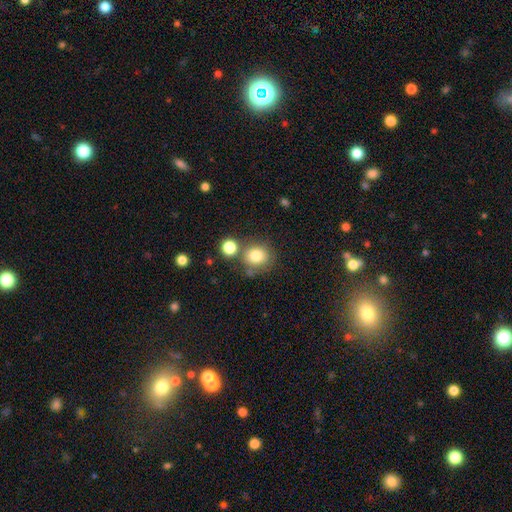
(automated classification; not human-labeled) A smooth galaxy with no disk features (81%) that is round (81%). Merging: none (64%).